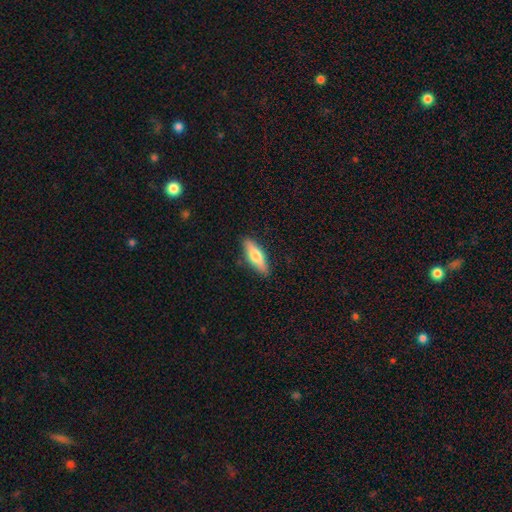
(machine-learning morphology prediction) Overall: smooth (63%; featured or disk 31%). How rounded: cigar-shaped (50%; in between 48%). Merging: none (87%).